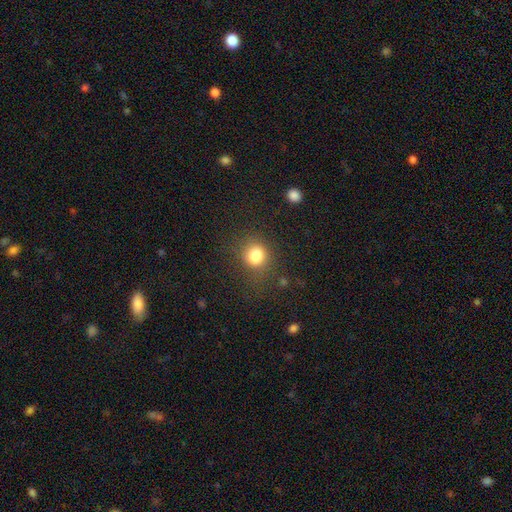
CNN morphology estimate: This is clearly a smooth galaxy (82%). How rounded: likely round (76%). Merging: likely none (74%).